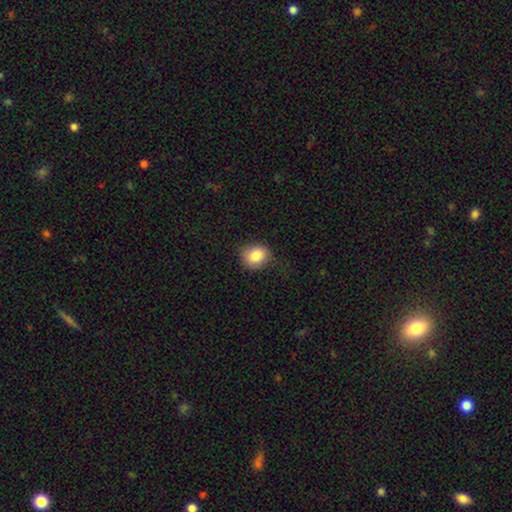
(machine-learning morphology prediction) type=smooth (85%); roundness=round (62%); merging=none (73%).